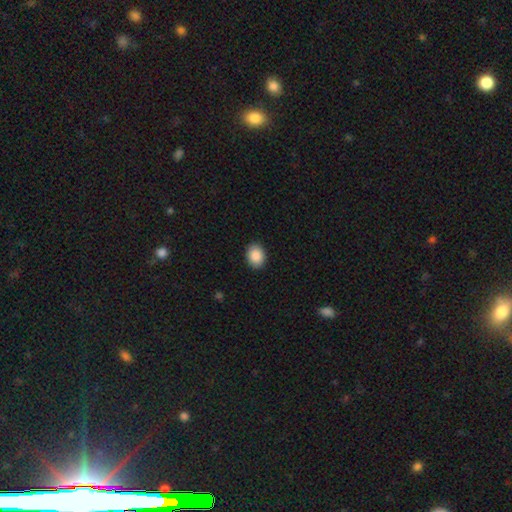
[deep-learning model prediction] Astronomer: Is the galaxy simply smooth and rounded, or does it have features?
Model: smooth — 90%.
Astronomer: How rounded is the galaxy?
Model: in between — 68%.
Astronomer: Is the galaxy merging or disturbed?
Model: none — 90%.